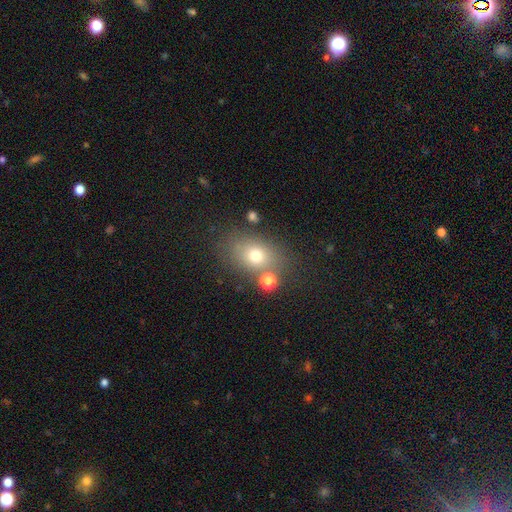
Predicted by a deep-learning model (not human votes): Q: Smooth or featured?
A: smooth (70%); runner-up: featured or disk (15%)
Q: How rounded?
A: in between (65%); runner-up: round (33%)
Q: Merging?
A: none (69%); runner-up: minor disturbance (14%)